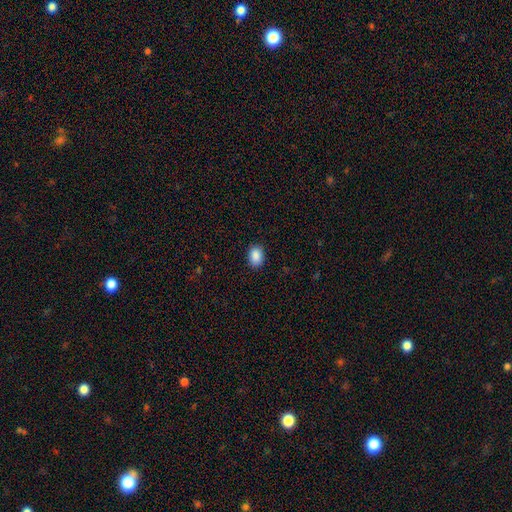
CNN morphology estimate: A smooth galaxy with no disk features (90%) that is in between round and cigar-shaped (79%). Merging: none (87%).